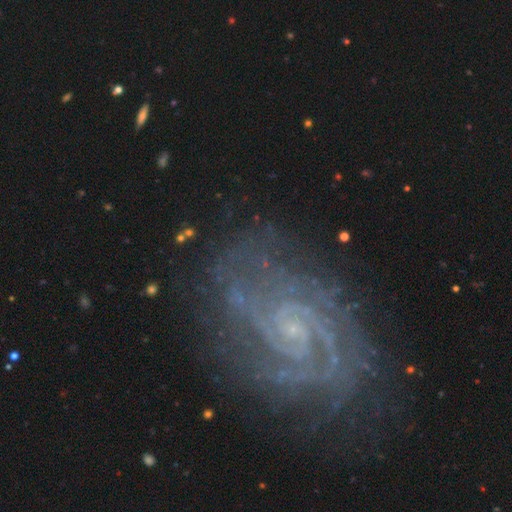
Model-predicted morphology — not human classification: smooth_or_featured: featured or disk (p=0.90) [alt: star or artifact p=0.07]
disk_edge_on: no (p=0.98) [alt: yes p=0.02]
bar: no (p=0.53) [alt: weak p=0.38]
has_spiral_arms: yes (p=0.98) [alt: no p=0.02]
spiral_winding: tight (p=0.59) [alt: medium p=0.35]
spiral_arm_count: 2 (p=0.53) [alt: can't tell p=0.14]
bulge_size: small (p=0.78) [alt: none p=0.11]
merging: none (p=0.76) [alt: minor disturbance p=0.15]